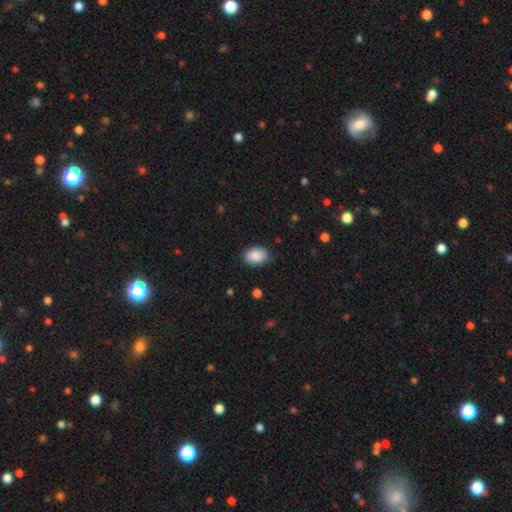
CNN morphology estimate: A smooth galaxy with no disk features (89%) that is in between round and cigar-shaped (80%).

Vote fractions:
- Smooth or featured? smooth: 89% / star or artifact: 7% / featured or disk: 5%
- How rounded? in between: 80% / round: 19% / cigar-shaped: 1%
- Merging? none: 82% / minor disturbance: 14% / major disturbance: 3% / merger: 1%